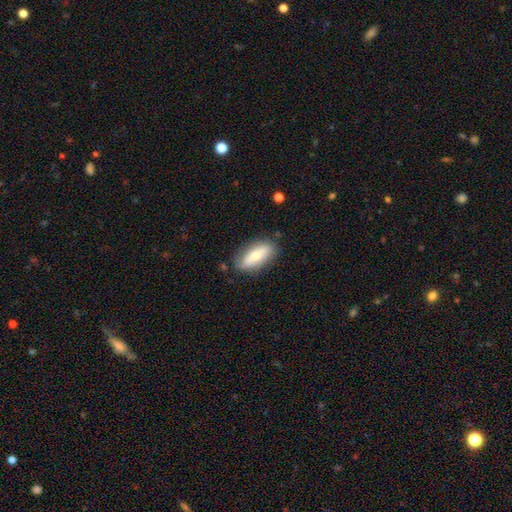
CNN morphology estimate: This appears to be a smooth galaxy with no disk features (61%) that is in between round and cigar-shaped (81%). Merging: none (79%).